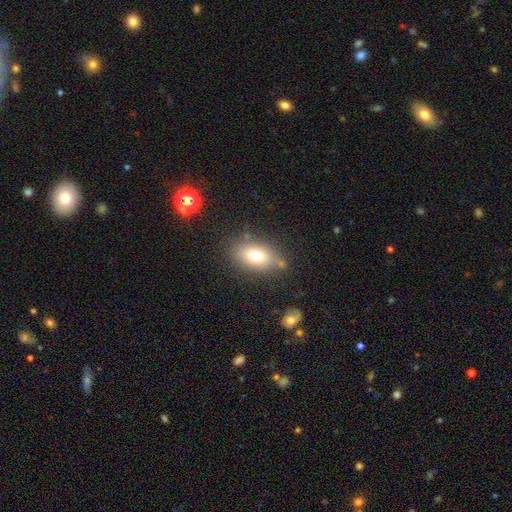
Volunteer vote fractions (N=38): Smooth or featured? 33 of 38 (87%) said smooth. How rounded? 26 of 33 (79%) said in between. Merging? 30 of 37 (81%) said none.